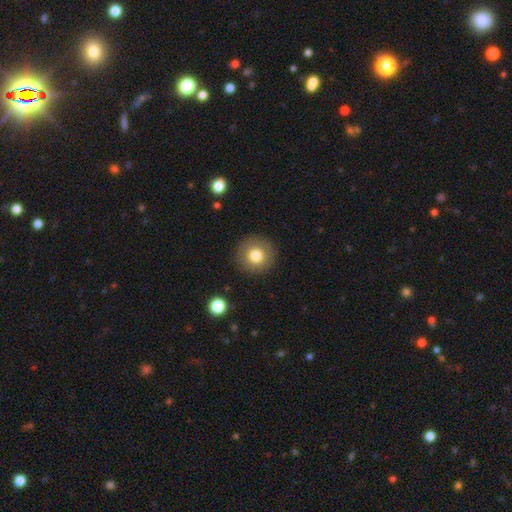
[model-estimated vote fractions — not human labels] This is likely a smooth galaxy (78%). How rounded: clearly round (95%). Merging: clearly none (89%).